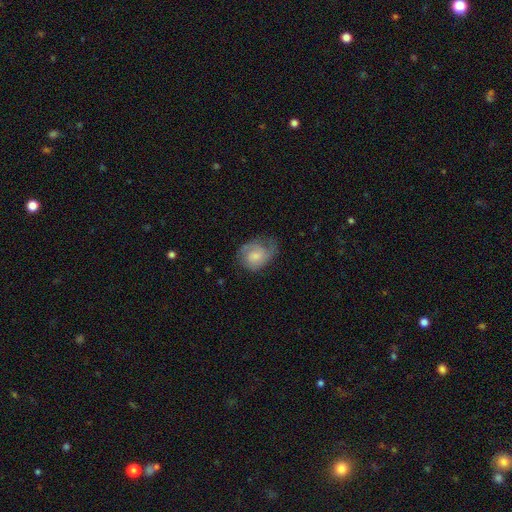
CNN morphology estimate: type=featured or disk (47%); merging=none (48%).